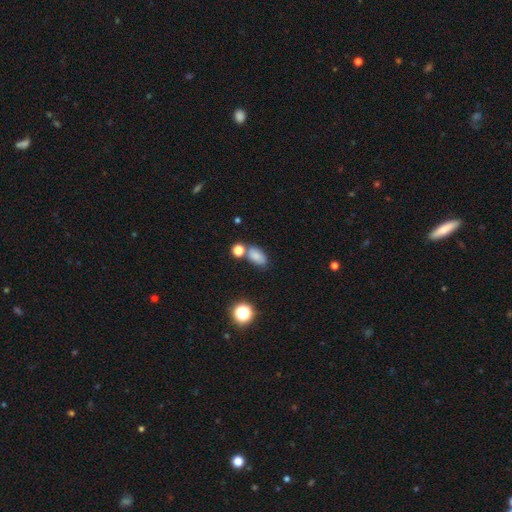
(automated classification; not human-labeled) smooth_or_featured: smooth (p=0.80) [alt: star or artifact p=0.13]
how_rounded: in between (p=0.88) [alt: round p=0.10]
merging: none (p=0.61) [alt: merger p=0.19]